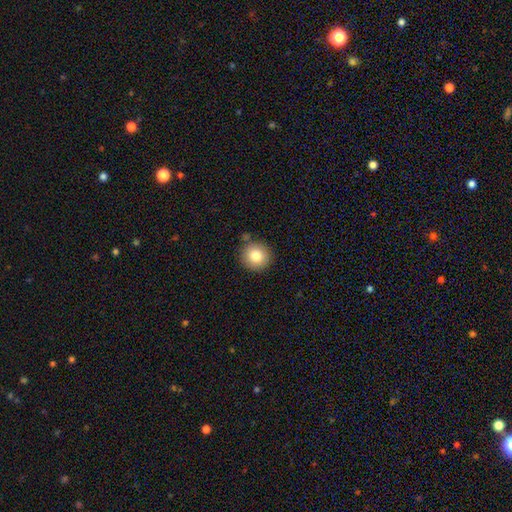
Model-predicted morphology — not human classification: This is clearly a smooth galaxy (82%). How rounded: clearly round (92%). Merging: clearly none (83%).